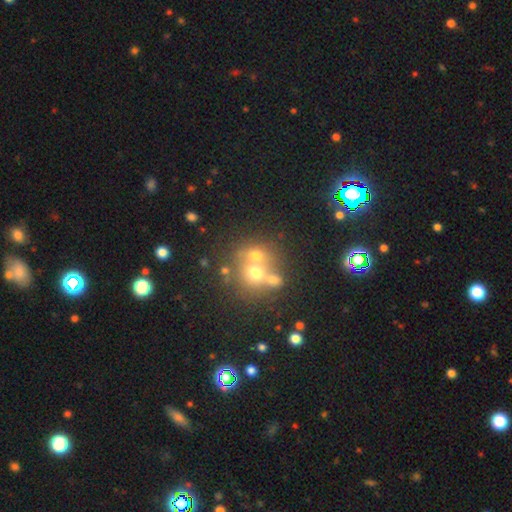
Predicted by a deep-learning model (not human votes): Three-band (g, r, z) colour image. It shows a smooth galaxy with no disk features (59%) that is round (77%). Merging: merger (48%).